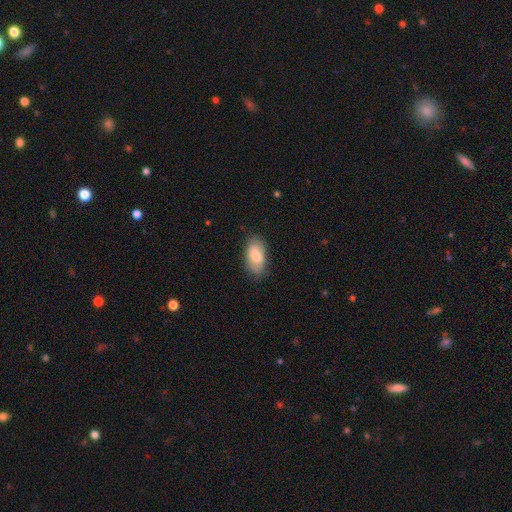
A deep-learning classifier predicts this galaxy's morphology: smooth_or_featured: smooth (p=0.74) [alt: featured or disk p=0.19]
how_rounded: in between (p=0.93) [alt: round p=0.04]
merging: none (p=0.80) [alt: minor disturbance p=0.16]